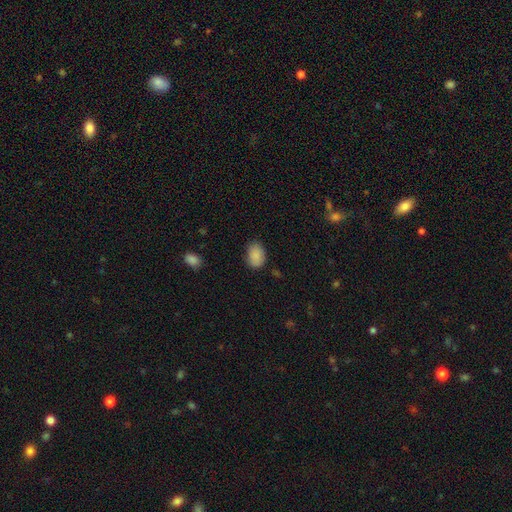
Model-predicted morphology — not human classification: The model was most divided on "merging": none: 78%, minor disturbance: 17%, major disturbance: 4%, merger: 1%. More confident: smooth or featured — smooth (88%); how rounded — in between (81%).